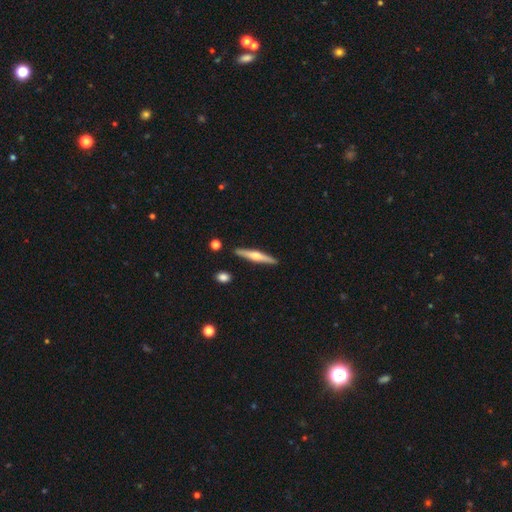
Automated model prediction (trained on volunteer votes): This appears to be a featured or disk galaxy (62%) viewed edge-on (96%) with a rounded central bulge (91%). Merging: none (90%).